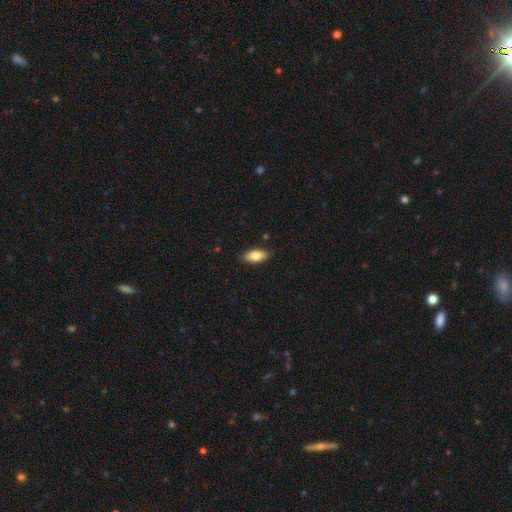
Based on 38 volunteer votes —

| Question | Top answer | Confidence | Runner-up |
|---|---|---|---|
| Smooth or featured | smooth | 79% | featured or disk (21%) |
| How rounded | in between | 100% | — |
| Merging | none | 87% | minor disturbance (8%) |